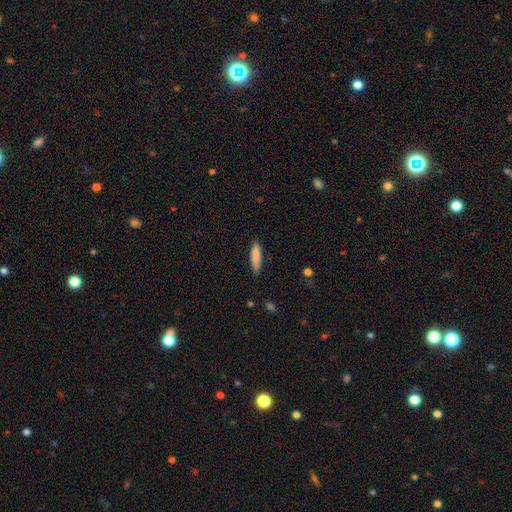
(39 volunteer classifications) Morphology: type=smooth (74%); roundness=cigar-shaped (83%); merging=none (80%).